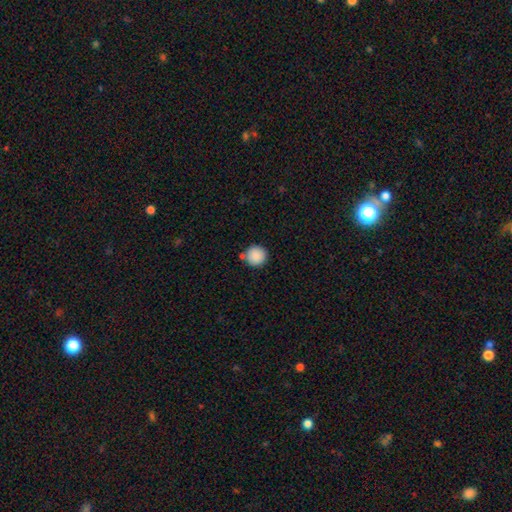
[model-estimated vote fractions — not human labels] smooth_or_featured: smooth (p=0.89) [alt: star or artifact p=0.08]
how_rounded: round (p=0.95) [alt: in between p=0.04]
merging: none (p=0.79) [alt: minor disturbance p=0.10]